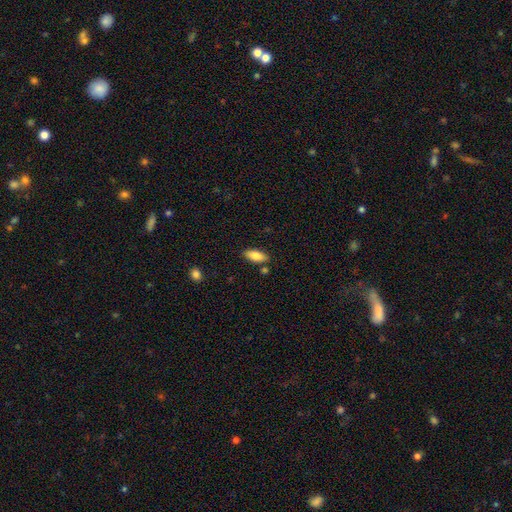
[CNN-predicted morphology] Smooth or featured? Predicted: smooth (p=0.85). How rounded? Predicted: in between (p=0.85). Merging? Predicted: none (p=0.82).